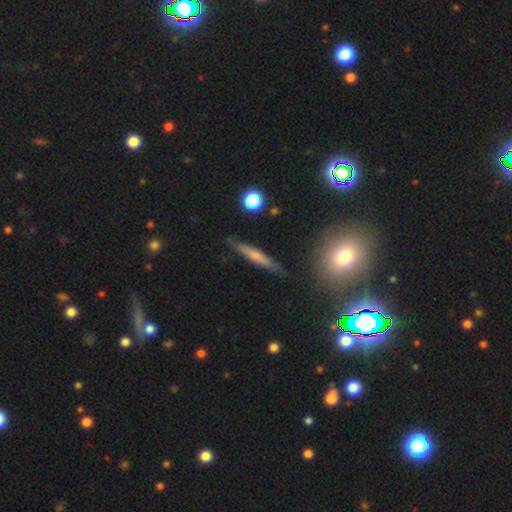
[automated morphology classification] Smooth or featured: smooth — 54% (featured or disk — 39%)
How rounded: cigar-shaped — 91% (in between — 6%)
Merging: none — 85% (minor disturbance — 10%)